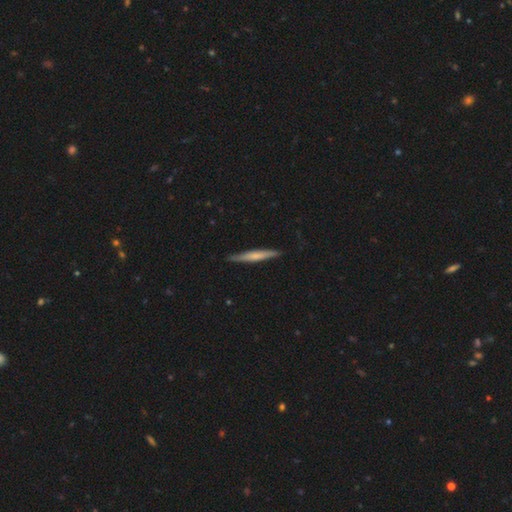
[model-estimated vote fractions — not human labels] Smooth or featured? smooth (52%)
How rounded? cigar-shaped (95%)
Merging? none (88%)